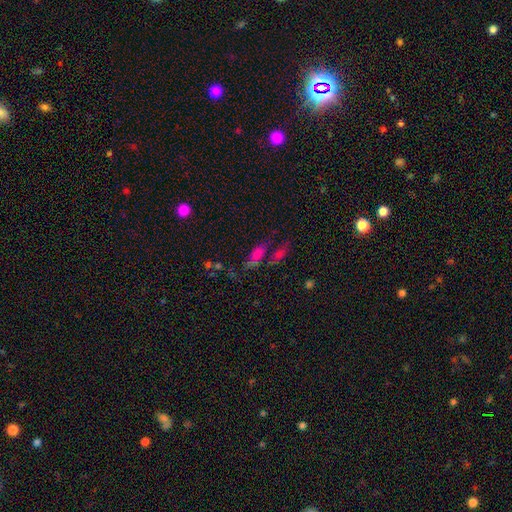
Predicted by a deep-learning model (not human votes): Q: Smooth or featured?
A: smooth (53%); runner-up: featured or disk (23%)
Q: How rounded?
A: in between (63%); runner-up: cigar-shaped (28%)
Q: Merging?
A: none (44%); runner-up: merger (27%)